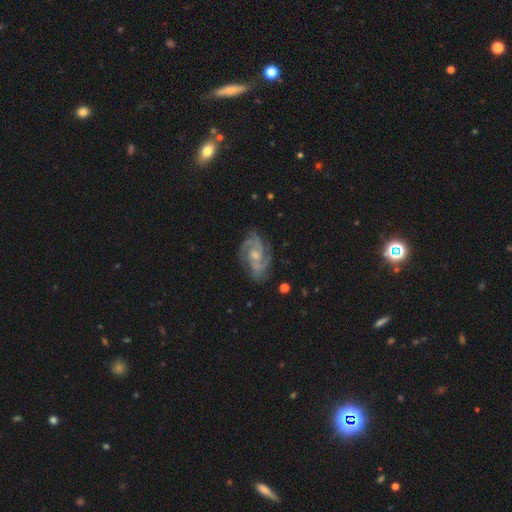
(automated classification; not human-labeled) Smooth or featured: featured or disk — 88% (smooth — 6%)
Edge-on disk: no — 97% (yes — 3%)
Bar: no — 62% (weak — 32%)
Spiral arms: yes — 97% (no — 3%)
Spiral winding: medium — 46% (tight — 43%)
Spiral arm count: 2 — 36% (3 — 33%)
Bulge size: small — 52% (moderate — 42%)
Merging: none — 75% (minor disturbance — 17%)